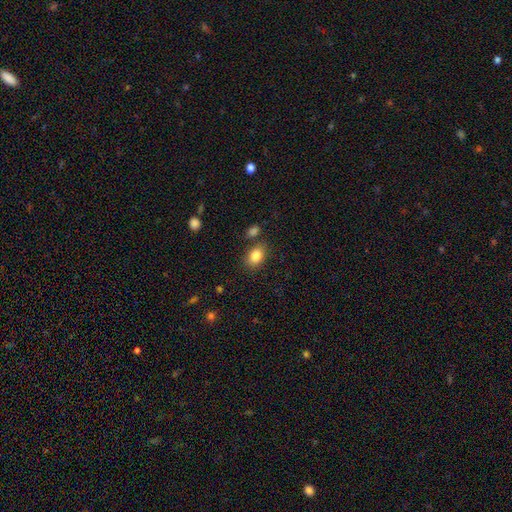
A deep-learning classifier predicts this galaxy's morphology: Q: Smooth or featured?
A: smooth (85%); runner-up: star or artifact (9%)
Q: How rounded?
A: in between (77%); runner-up: round (22%)
Q: Merging?
A: none (74%); runner-up: minor disturbance (13%)